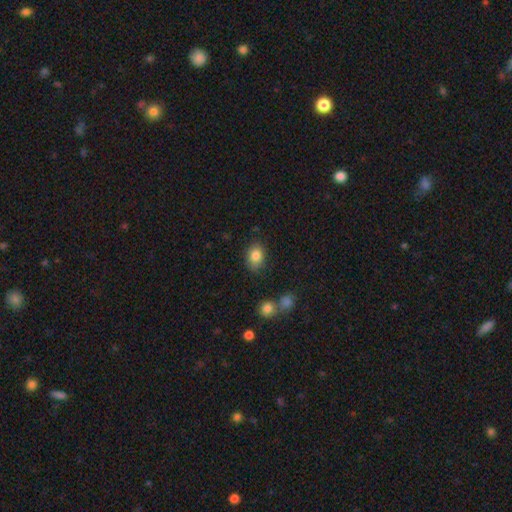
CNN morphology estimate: Smooth or featured? smooth (84%)
How rounded? in between (68%)
Merging? none (78%)